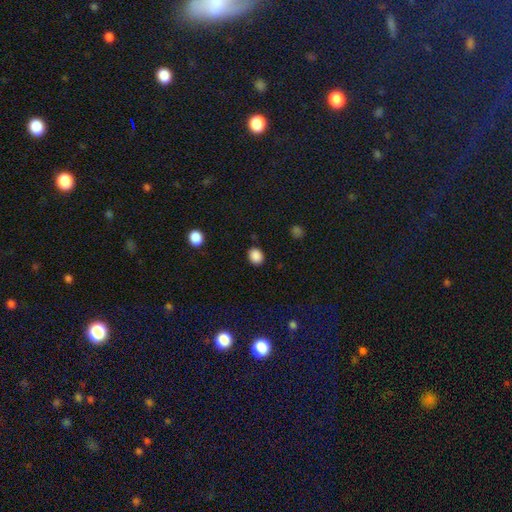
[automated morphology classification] Smooth or featured? smooth (87%)
How rounded? round (61%)
Merging? none (88%)